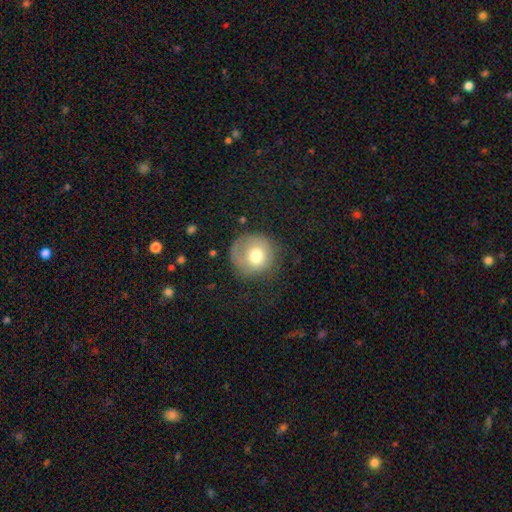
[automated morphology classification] This appears to be a smooth galaxy with no disk features (71%) that is round (91%). Merging: none (60%).